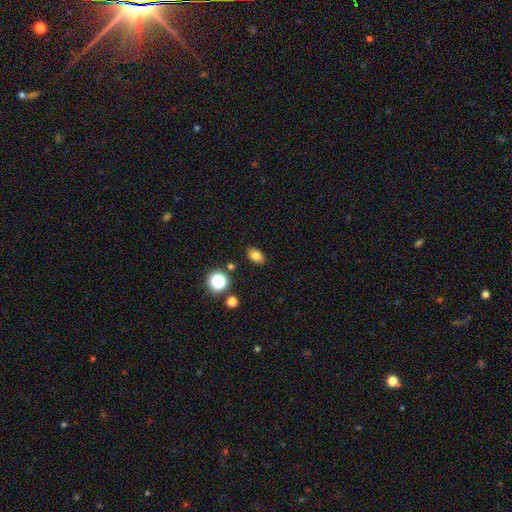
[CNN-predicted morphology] A smooth galaxy with no disk features (79%) that is in between round and cigar-shaped (81%). Merging: none (86%).